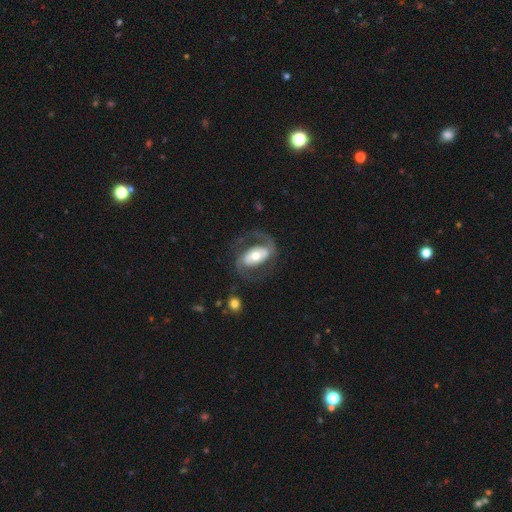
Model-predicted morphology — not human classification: Smooth or featured? featured or disk (81%)
Edge-on disk? no (96%)
Bar? strong (39%)
Spiral arms? yes (89%)
Spiral winding? medium (50%)
Spiral arm count? 2 (89%)
Bulge size? moderate (63%)
Merging? none (68%)